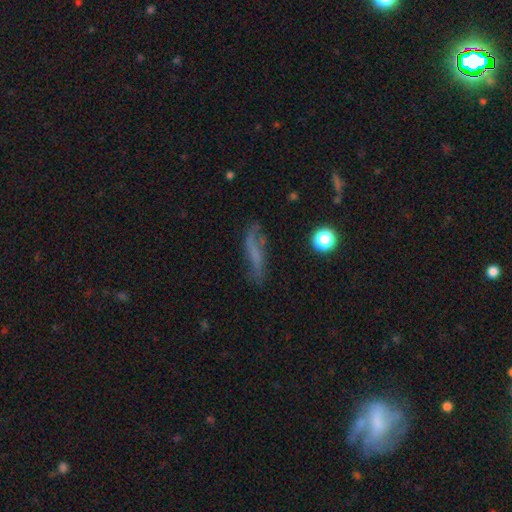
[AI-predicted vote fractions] Smooth or featured? Predicted: featured or disk (p=0.43). Merging? Predicted: none (p=0.56).